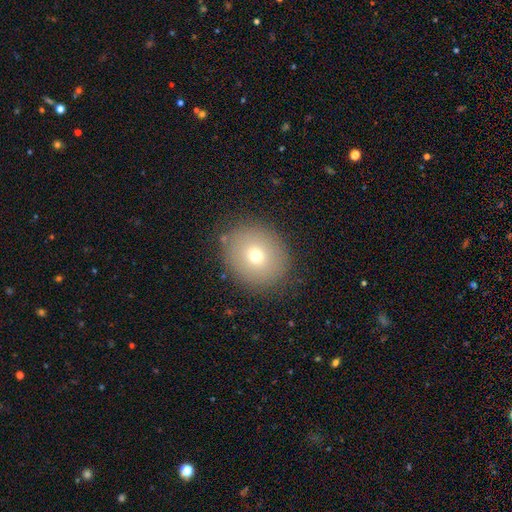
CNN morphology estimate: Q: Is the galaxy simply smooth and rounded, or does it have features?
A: smooth — 69%.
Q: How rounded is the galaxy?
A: round — 76%.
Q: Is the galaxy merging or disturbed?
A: none — 86%.